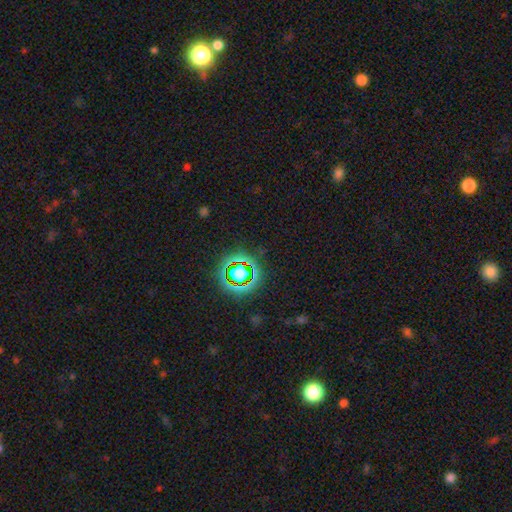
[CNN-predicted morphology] The model was most divided on "smooth or featured": star or artifact: 78%, smooth: 14%, featured or disk: 8%.